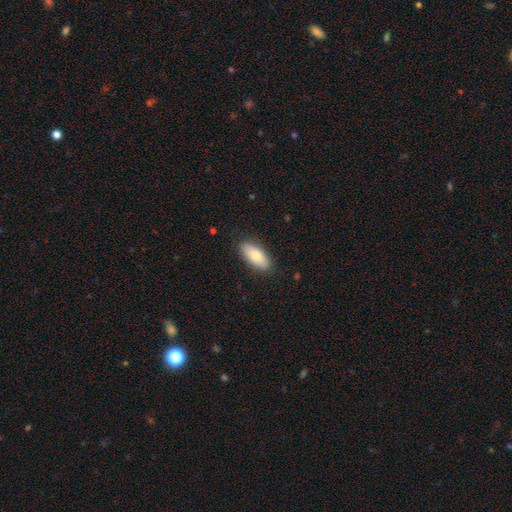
A smooth galaxy with no disk features (82%) that is in between round and cigar-shaped (72%). Merging: none (86%).